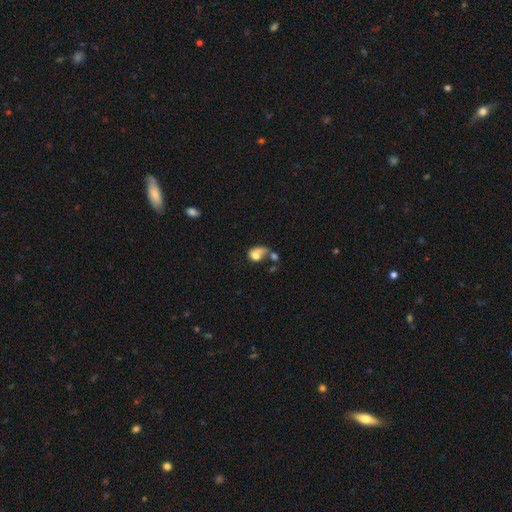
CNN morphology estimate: This is likely a smooth galaxy (61%). How rounded: likely in between (61%). Merging: marginally merger (39%).